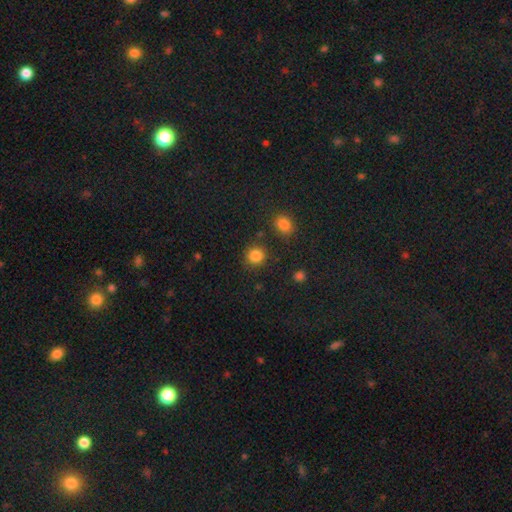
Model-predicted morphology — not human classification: The model was most divided on "smooth or featured": smooth: 85%, star or artifact: 11%, featured or disk: 4%. More confident: how rounded — round (89%); merging — none (84%).